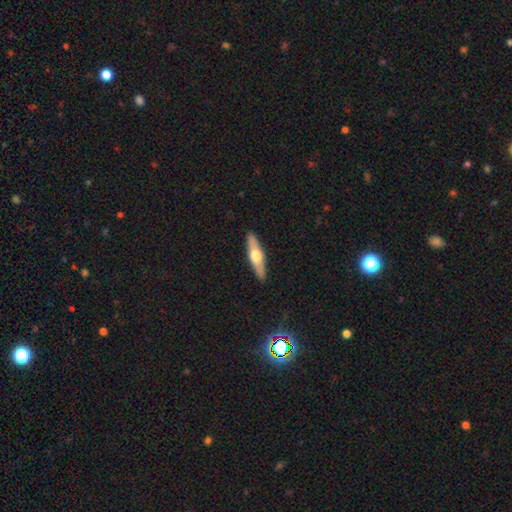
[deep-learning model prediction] featured or disk 53%, smooth 42%, star or artifact 5%. Down the decision tree: edge-on disk — yes (91%); merging — none (90%).